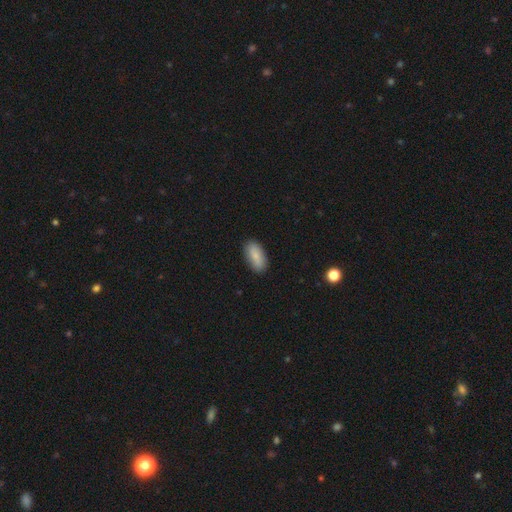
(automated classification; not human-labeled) This is clearly a smooth galaxy (84%). How rounded: clearly in between (88%). Merging: clearly none (86%).